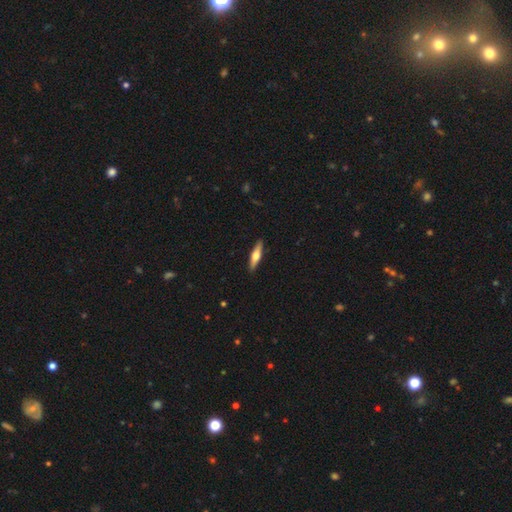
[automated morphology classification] Q: Smooth or featured?
A: featured or disk (53%); runner-up: smooth (42%)
Q: Edge-on disk?
A: yes (94%); runner-up: no (6%)
Q: Edge-on bulge?
A: rounded (92%); runner-up: boxy (5%)
Q: Merging?
A: none (91%); runner-up: minor disturbance (7%)